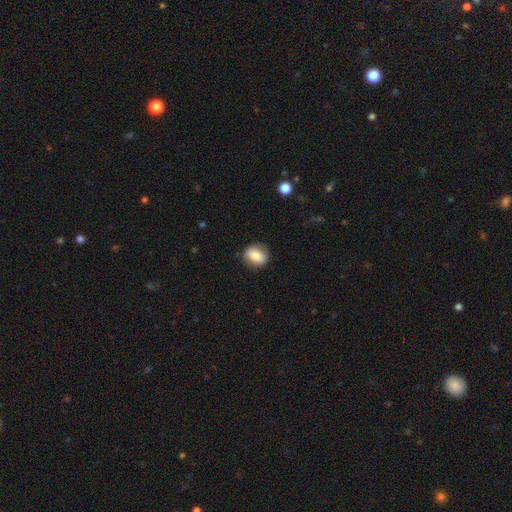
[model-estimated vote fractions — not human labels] The model was most divided on "how rounded": round: 57%, in between: 42%, cigar-shaped: 1%. More confident: merging — none (84%); smooth or featured — smooth (81%).